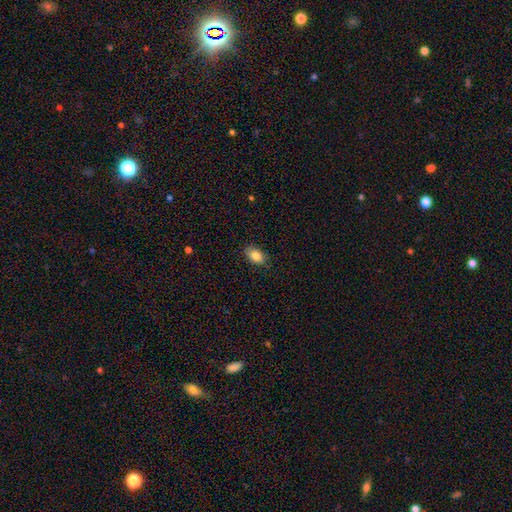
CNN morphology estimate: Smooth or featured? smooth (85%)
How rounded? in between (90%)
Merging? none (86%)